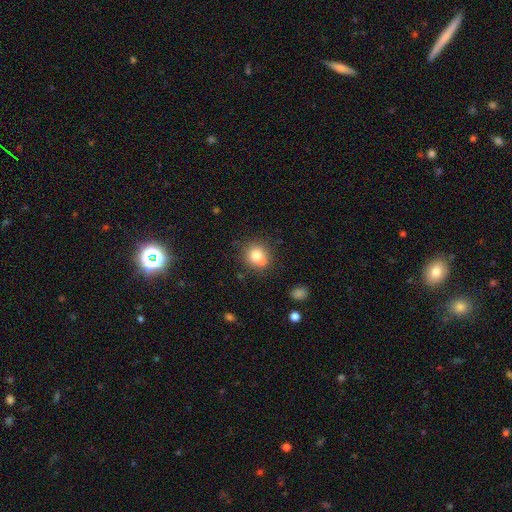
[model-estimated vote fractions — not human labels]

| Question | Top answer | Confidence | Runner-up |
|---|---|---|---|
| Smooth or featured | smooth | 75% | featured or disk (14%) |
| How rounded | round | 85% | in between (14%) |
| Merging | none | 54% | merger (32%) |